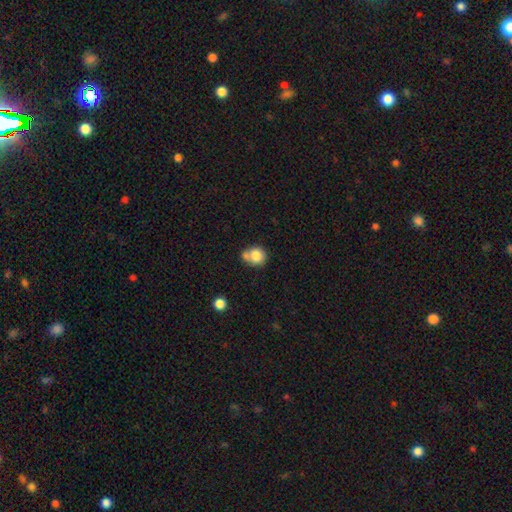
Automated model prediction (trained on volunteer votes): This appears to be a smooth galaxy with no disk features (79%) that is round (77%). Merging: none (45%).